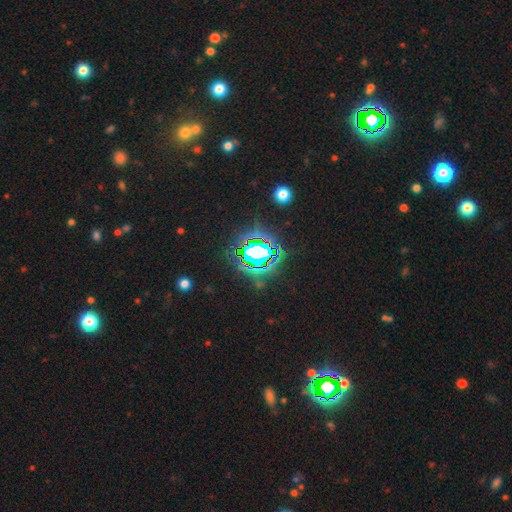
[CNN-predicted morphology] type=star or artifact (76%).